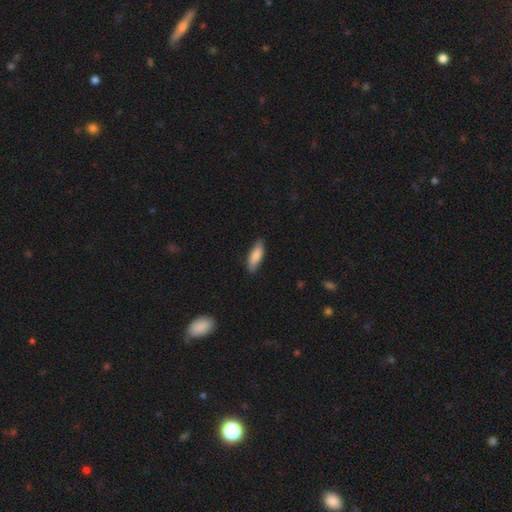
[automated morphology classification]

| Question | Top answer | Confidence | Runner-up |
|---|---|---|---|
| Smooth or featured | smooth | 82% | featured or disk (12%) |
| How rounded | in between | 56% | cigar-shaped (43%) |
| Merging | none | 82% | minor disturbance (14%) |